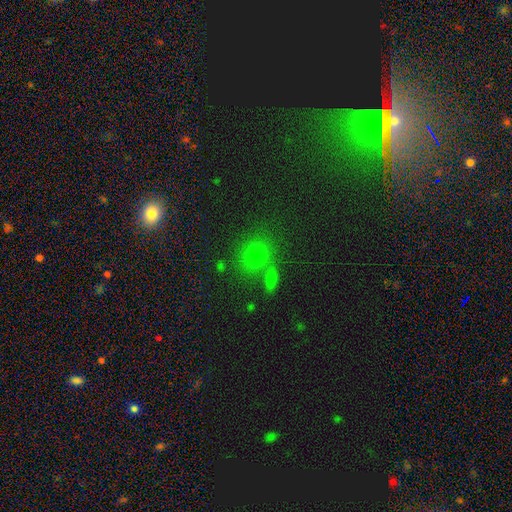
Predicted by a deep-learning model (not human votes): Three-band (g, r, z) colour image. It shows a smooth galaxy with no disk features (72%) that is round (81%). Merging: none (65%).